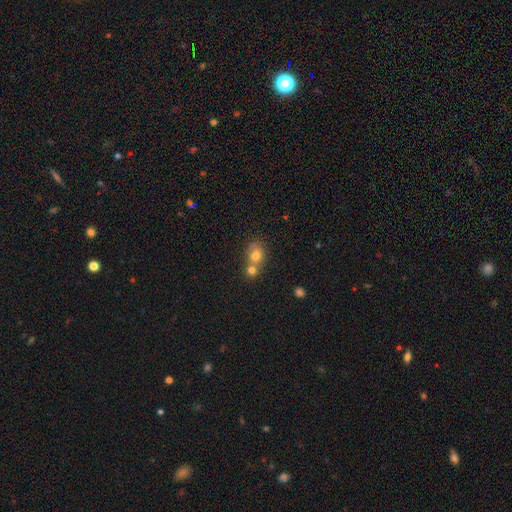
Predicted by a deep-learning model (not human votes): Smooth or featured: smooth — 73% (featured or disk — 15%)
How rounded: round — 64% (in between — 35%)
Merging: merger — 57% (none — 33%)